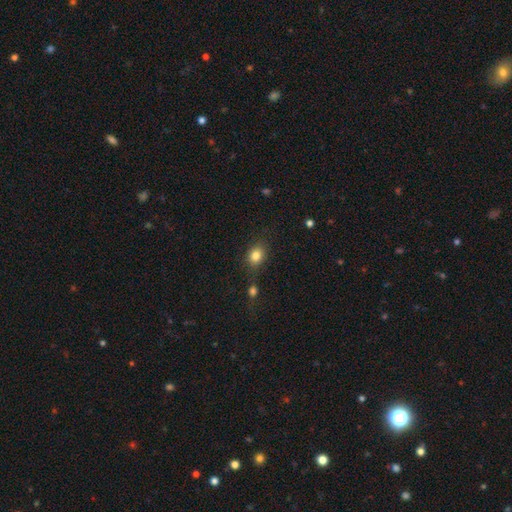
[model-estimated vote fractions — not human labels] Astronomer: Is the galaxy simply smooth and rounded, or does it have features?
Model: smooth — 82%.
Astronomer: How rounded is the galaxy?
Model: round — 51% (runner-up: in between, 48%).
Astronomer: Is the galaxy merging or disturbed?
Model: none — 70%.